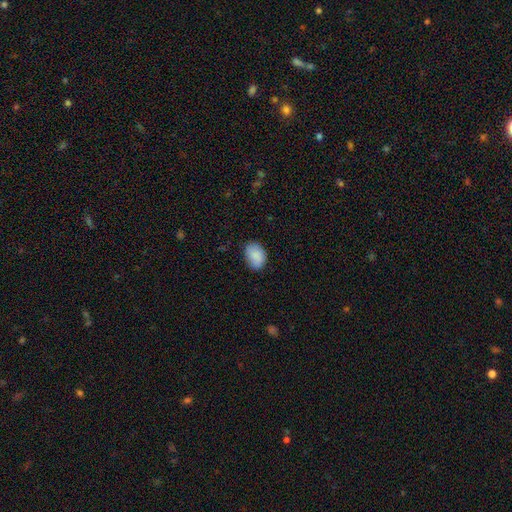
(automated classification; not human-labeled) Smooth or featured: smooth — 87% (star or artifact — 7%)
How rounded: in between — 80% (round — 19%)
Merging: none — 76% (minor disturbance — 19%)